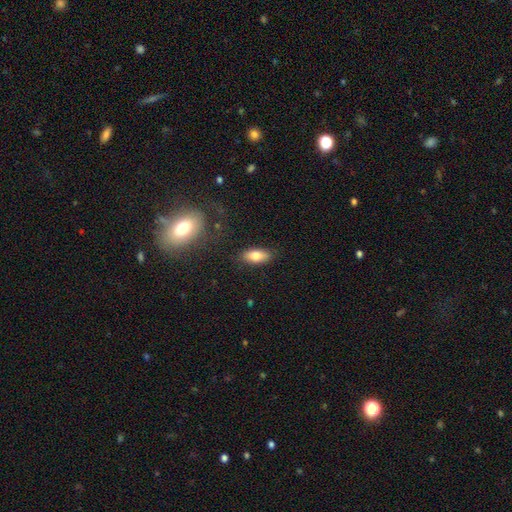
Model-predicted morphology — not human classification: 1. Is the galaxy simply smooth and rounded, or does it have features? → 79% smooth, 13% featured or disk, 8% star or artifact.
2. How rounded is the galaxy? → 85% in between, 12% cigar-shaped, 3% round.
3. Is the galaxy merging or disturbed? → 84% none, 11% minor disturbance, 3% major disturbance, 2% merger.